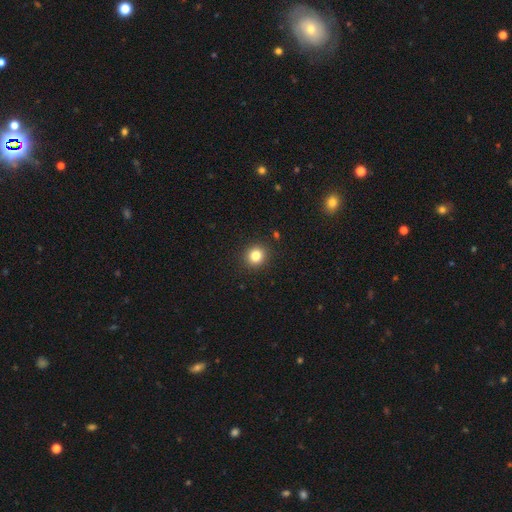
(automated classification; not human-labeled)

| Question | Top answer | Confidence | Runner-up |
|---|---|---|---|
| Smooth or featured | smooth | 83% | star or artifact (12%) |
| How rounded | round | 88% | in between (11%) |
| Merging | none | 91% | minor disturbance (6%) |